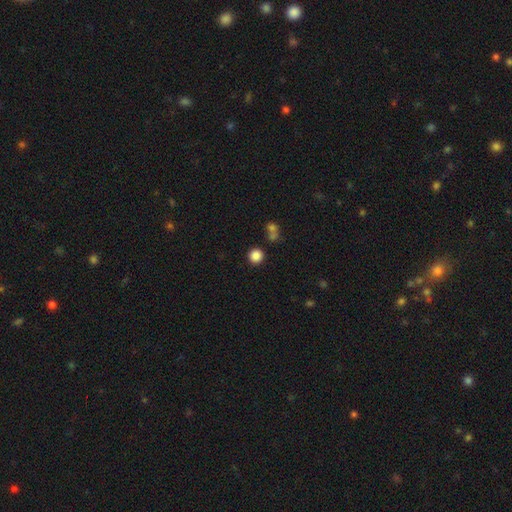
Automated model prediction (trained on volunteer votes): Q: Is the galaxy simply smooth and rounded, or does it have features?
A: smooth — 85%.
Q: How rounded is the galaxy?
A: round — 94%.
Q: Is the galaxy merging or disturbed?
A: none — 85%.